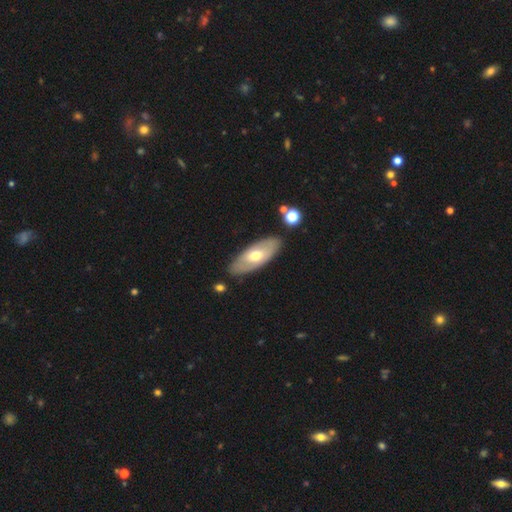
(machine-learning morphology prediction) Smooth or featured? Predicted: smooth (p=0.50). Merging? Predicted: none (p=0.84).